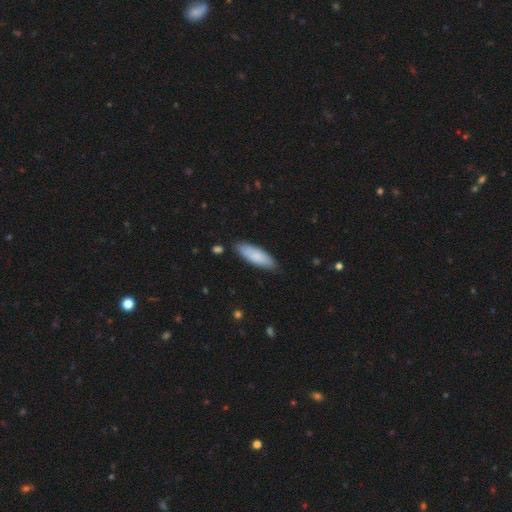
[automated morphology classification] Smooth or featured: smooth — 83% (featured or disk — 12%)
How rounded: in between — 55% (cigar-shaped — 44%)
Merging: none — 83% (minor disturbance — 13%)